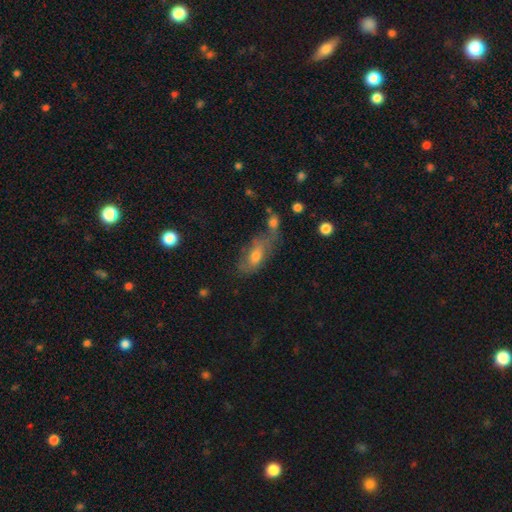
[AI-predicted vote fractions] A smooth galaxy with no disk features (57%) that is in between round and cigar-shaped (78%).

Vote fractions:
- Smooth or featured? smooth: 57% / featured or disk: 31% / star or artifact: 11%
- How rounded? in between: 78% / cigar-shaped: 16% / round: 6%
- Merging? none: 43% / minor disturbance: 23% / merger: 20% / major disturbance: 15%